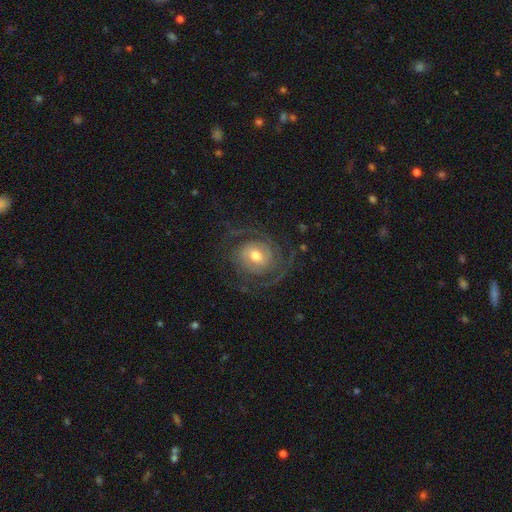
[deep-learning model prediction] Morphology: type=featured or disk (82%); edge-on=no (97%); bar=no (53%); spiral arms=yes (93%); winding=tight (53%); arm count=2 (41%); bulge=moderate (65%); merging=none (71%).